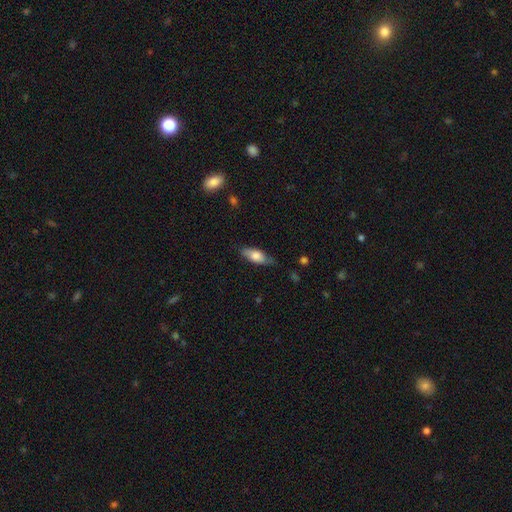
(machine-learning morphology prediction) Smooth or featured?
  - smooth: 70% *
  - featured or disk: 24%
  - star or artifact: 6%
How rounded?
  - in between: 75% *
  - cigar-shaped: 22%
  - round: 3%
Merging?
  - none: 74% *
  - minor disturbance: 21%
  - major disturbance: 4%
  - merger: 1%